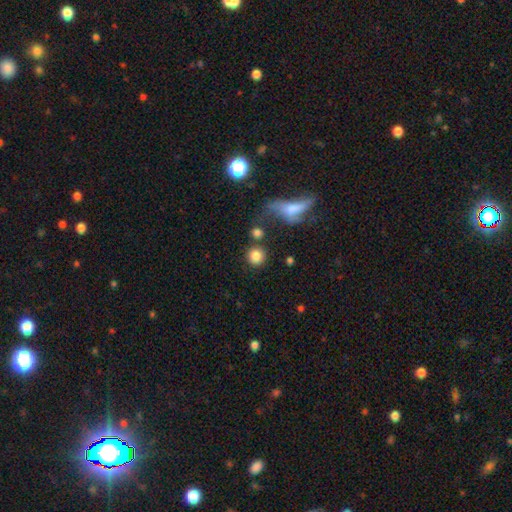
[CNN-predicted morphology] A smooth galaxy with no disk features (84%) that is round (88%).

Vote fractions:
- Smooth or featured? smooth: 84% / star or artifact: 10% / featured or disk: 7%
- How rounded? round: 88% / in between: 10% / cigar-shaped: 2%
- Merging? none: 72% / merger: 13% / minor disturbance: 9% / major disturbance: 6%